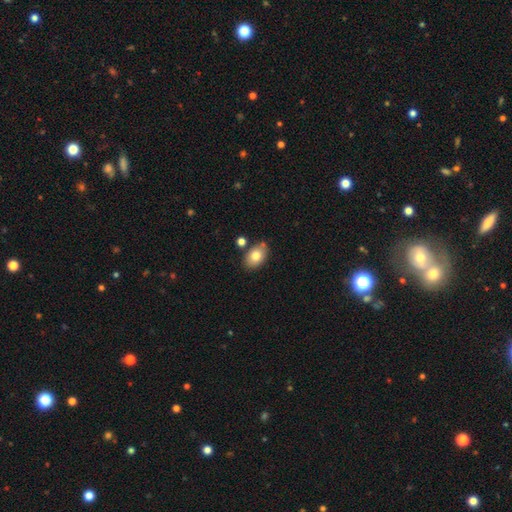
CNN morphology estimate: This appears to be a smooth galaxy with no disk features (78%) that is in between round and cigar-shaped (84%). Merging: none (75%).